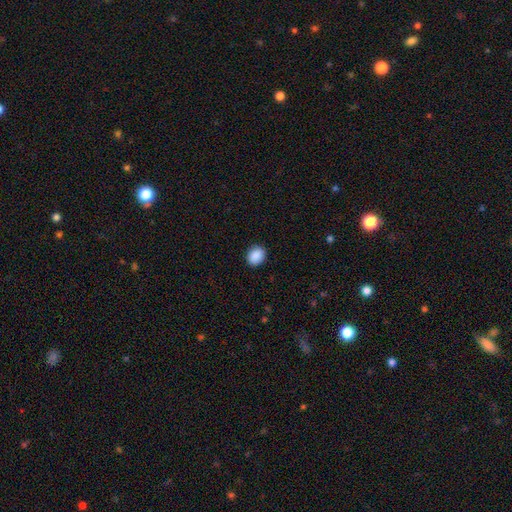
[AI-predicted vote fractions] The model was most divided on "how rounded": round: 53%, in between: 46%, cigar-shaped: 1%. More confident: smooth or featured — smooth (90%); merging — none (90%).